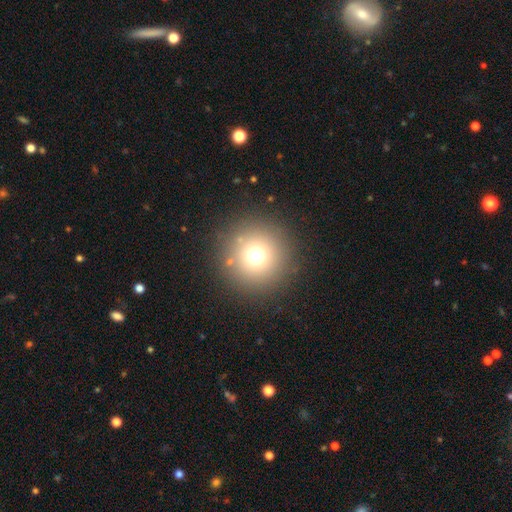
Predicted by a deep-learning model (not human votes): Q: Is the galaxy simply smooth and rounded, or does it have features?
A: smooth — 70%.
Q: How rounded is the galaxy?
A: round — 96%.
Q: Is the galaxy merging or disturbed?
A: none — 88%.